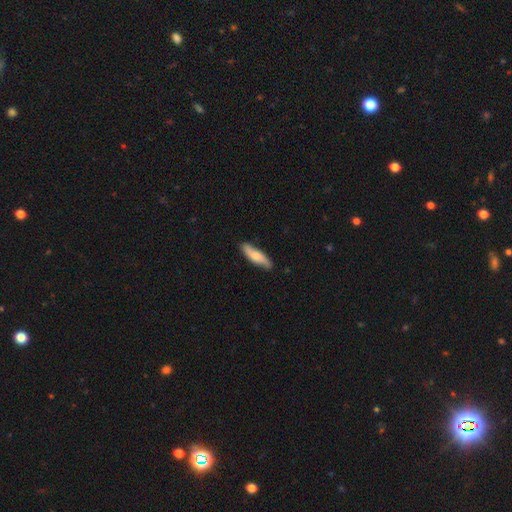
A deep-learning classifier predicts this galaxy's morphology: Q: Smooth or featured?
A: smooth (60%); runner-up: featured or disk (34%)
Q: How rounded?
A: cigar-shaped (63%); runner-up: in between (35%)
Q: Merging?
A: none (84%); runner-up: minor disturbance (13%)